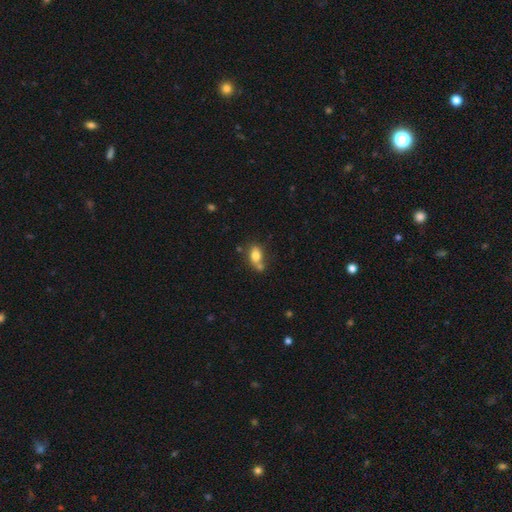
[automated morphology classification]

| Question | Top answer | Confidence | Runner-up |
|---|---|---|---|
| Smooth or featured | smooth | 78% | featured or disk (13%) |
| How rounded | in between | 78% | round (18%) |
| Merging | none | 47% | merger (31%) |